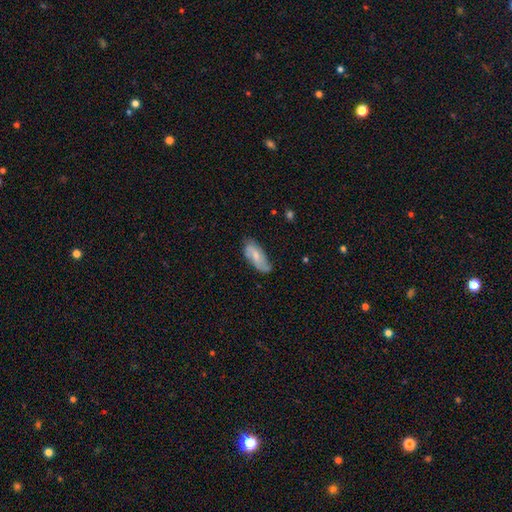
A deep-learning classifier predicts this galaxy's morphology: smooth 49%, featured or disk 44%, star or artifact 7%. Down the decision tree: merging — none (61%).